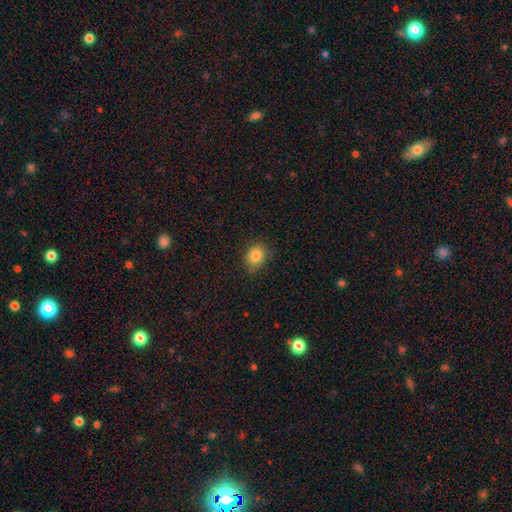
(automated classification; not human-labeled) Smooth or featured?
  - smooth: 83% *
  - star or artifact: 10%
  - featured or disk: 7%
How rounded?
  - round: 58% *
  - in between: 41%
  - cigar-shaped: 1%
Merging?
  - none: 74% *
  - minor disturbance: 20%
  - major disturbance: 4%
  - merger: 1%